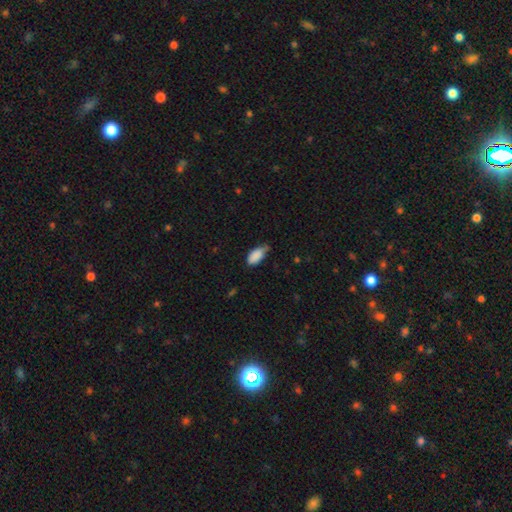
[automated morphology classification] Smooth or featured: smooth — 87% (star or artifact — 7%)
How rounded: in between — 92% (cigar-shaped — 5%)
Merging: minor disturbance — 46% (none — 44%)